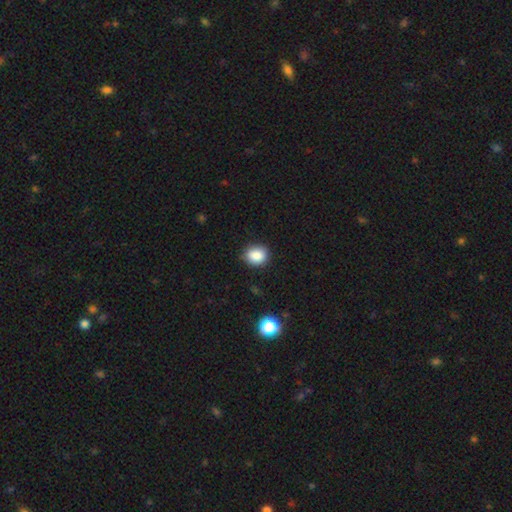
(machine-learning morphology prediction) smooth 86%, star or artifact 10%, featured or disk 4%. Down the decision tree: how rounded — round (62%); merging — none (83%).